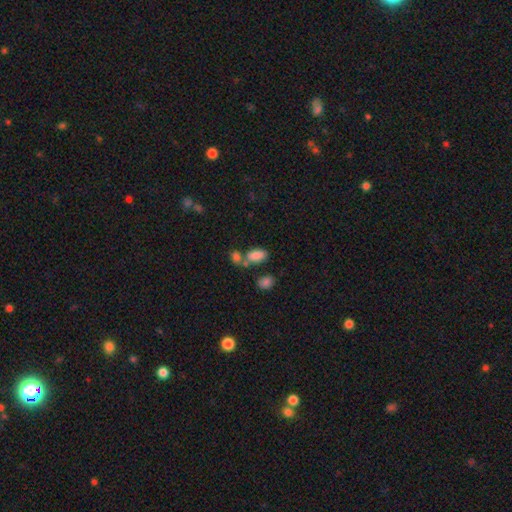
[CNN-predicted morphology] Q: Smooth or featured?
A: smooth (83%); runner-up: star or artifact (10%)
Q: How rounded?
A: in between (91%); runner-up: round (6%)
Q: Merging?
A: none (49%); runner-up: merger (33%)